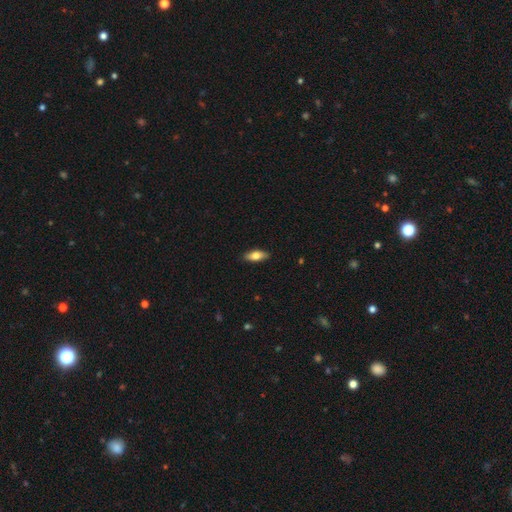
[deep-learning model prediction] Smooth or featured: smooth — 73% (featured or disk — 21%)
How rounded: in between — 77% (cigar-shaped — 20%)
Merging: none — 89% (minor disturbance — 9%)